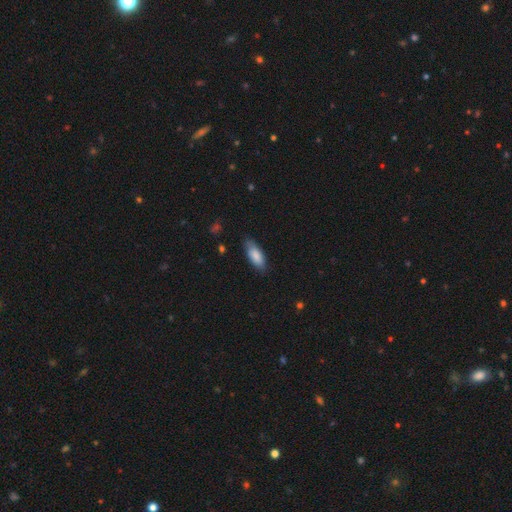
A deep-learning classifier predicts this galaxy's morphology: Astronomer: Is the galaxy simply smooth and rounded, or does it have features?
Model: smooth — 83%.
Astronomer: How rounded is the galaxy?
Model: in between — 77%.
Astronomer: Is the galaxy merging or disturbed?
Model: none — 78%.